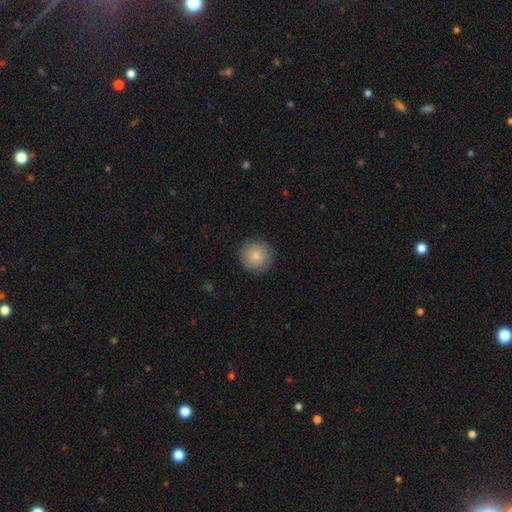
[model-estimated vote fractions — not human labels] This appears to be a smooth galaxy with no disk features (84%) that is round (95%). Merging: none (89%).